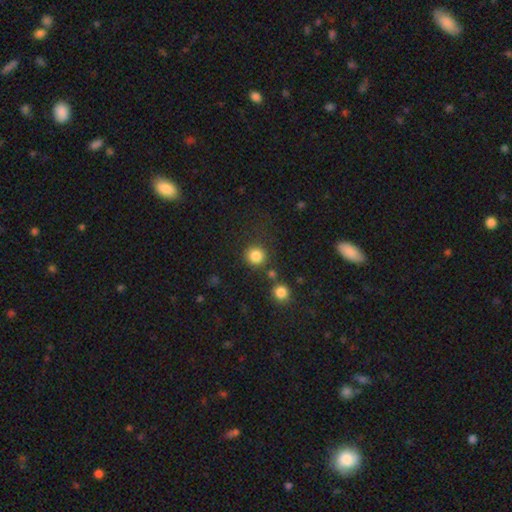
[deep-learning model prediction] Q: Smooth or featured?
A: smooth (84%); runner-up: star or artifact (12%)
Q: How rounded?
A: round (92%); runner-up: in between (7%)
Q: Merging?
A: none (79%); runner-up: minor disturbance (9%)